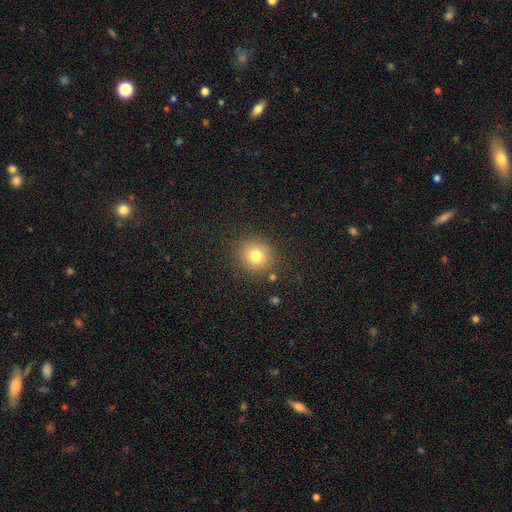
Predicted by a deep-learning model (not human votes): smooth 79%, star or artifact 13%, featured or disk 9%. Down the decision tree: how rounded — round (86%); merging — none (85%).